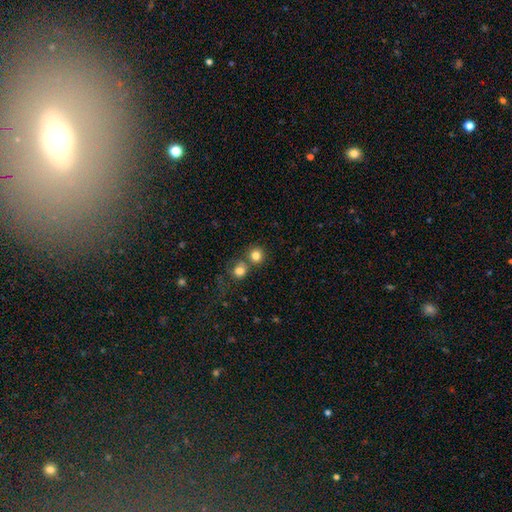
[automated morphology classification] Smooth or featured?
  - smooth: 81% *
  - star or artifact: 12%
  - featured or disk: 7%
How rounded?
  - round: 91% *
  - in between: 8%
  - cigar-shaped: 1%
Merging?
  - none: 61% *
  - merger: 30%
  - minor disturbance: 6%
  - major disturbance: 3%